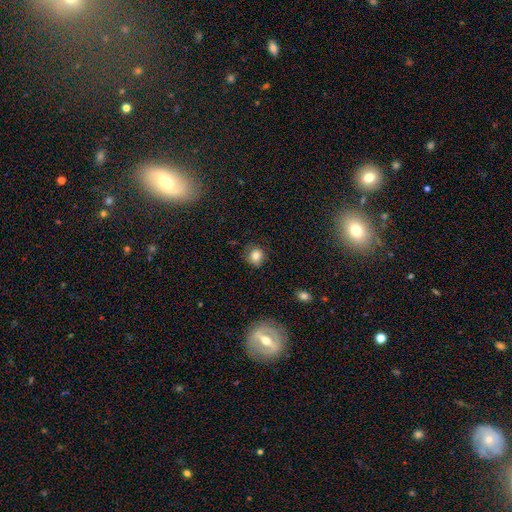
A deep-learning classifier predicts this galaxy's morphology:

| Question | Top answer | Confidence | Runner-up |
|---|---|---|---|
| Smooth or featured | smooth | 83% | star or artifact (11%) |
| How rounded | round | 82% | in between (17%) |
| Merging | none | 81% | minor disturbance (14%) |